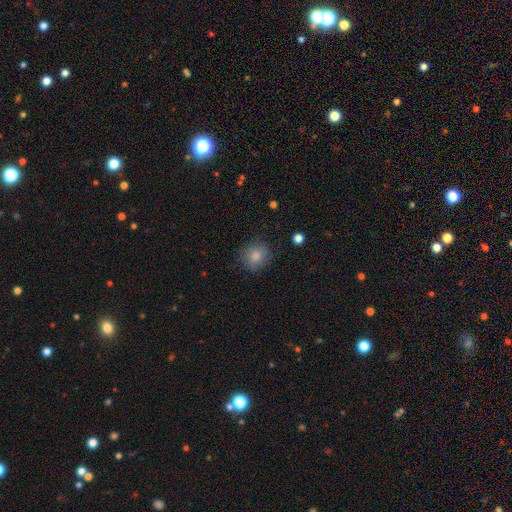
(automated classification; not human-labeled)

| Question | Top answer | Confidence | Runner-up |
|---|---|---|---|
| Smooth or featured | smooth | 84% | star or artifact (9%) |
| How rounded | round | 80% | in between (19%) |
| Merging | none | 80% | minor disturbance (15%) |